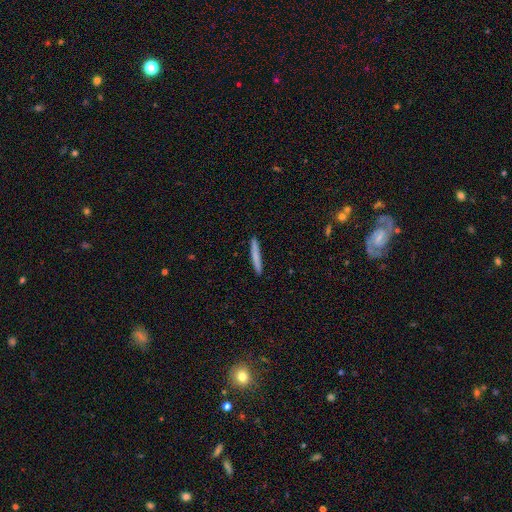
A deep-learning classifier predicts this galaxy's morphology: smooth-or-featured: smooth: 76% | featured or disk: 18% | star or artifact: 6%
  how-rounded: cigar-shaped: 96% | in between: 3% | round: 1%
  merging: none: 91% | minor disturbance: 6% | major disturbance: 1% | merger: 1%